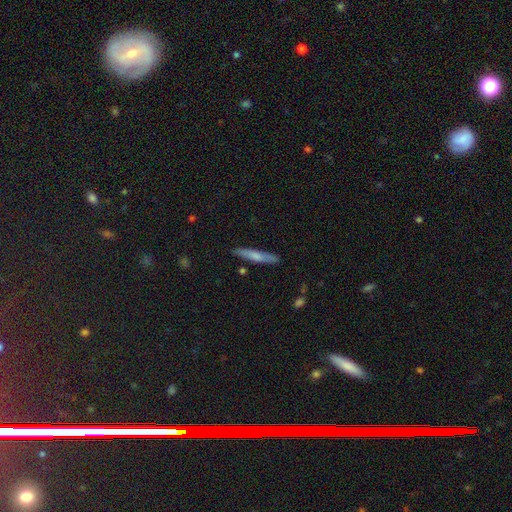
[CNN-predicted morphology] The model was most divided on "smooth or featured": smooth: 59%, featured or disk: 35%, star or artifact: 6%. More confident: how rounded — cigar-shaped (92%); merging — none (86%).